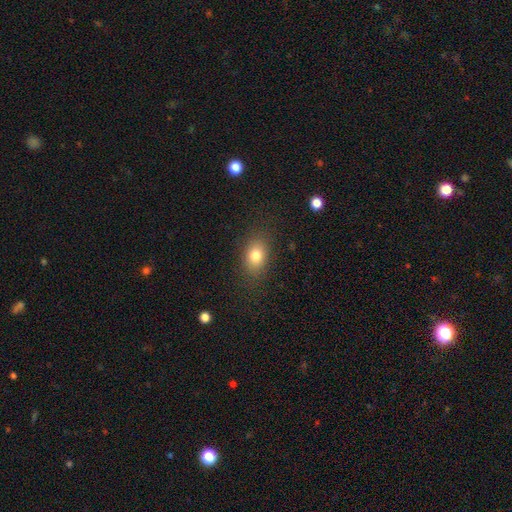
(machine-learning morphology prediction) This appears to be a smooth galaxy with no disk features (79%) that is in between round and cigar-shaped (74%). Merging: none (84%).